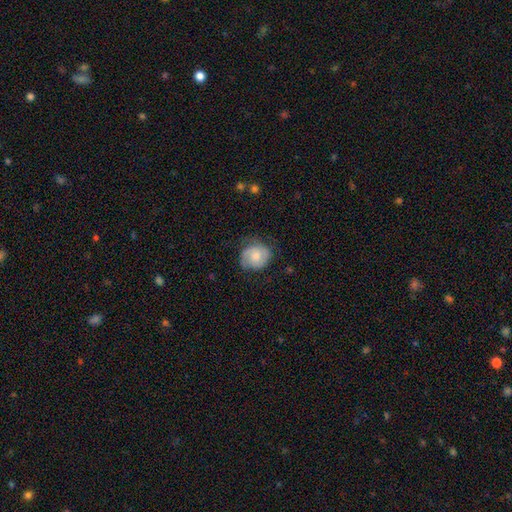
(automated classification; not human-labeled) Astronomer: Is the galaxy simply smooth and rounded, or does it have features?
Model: smooth — 53% (runner-up: featured or disk, 40%).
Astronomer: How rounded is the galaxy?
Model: round — 76%.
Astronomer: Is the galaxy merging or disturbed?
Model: none — 64%.